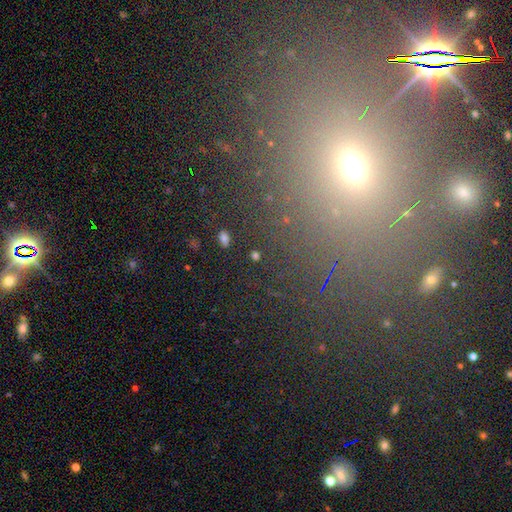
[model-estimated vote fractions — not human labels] smooth-or-featured: smooth: 64% | star or artifact: 28% | featured or disk: 8%
  how-rounded: in between: 67% | round: 28% | cigar-shaped: 5%
  merging: none: 85% | minor disturbance: 8% | major disturbance: 4% | merger: 3%